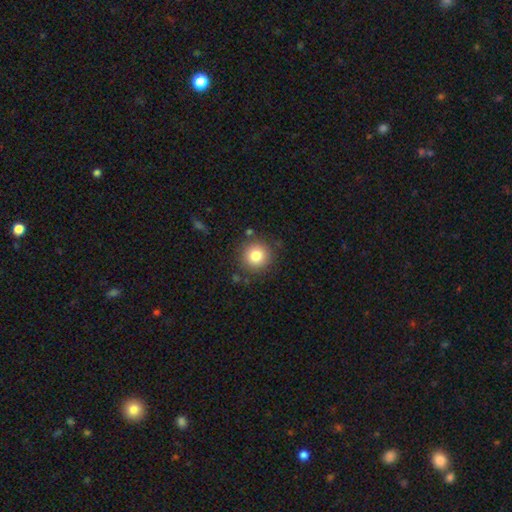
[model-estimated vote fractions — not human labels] Morphology: type=smooth (82%); roundness=round (94%); merging=none (86%).